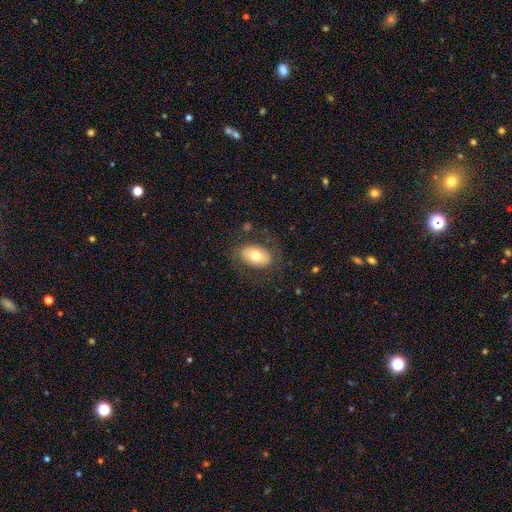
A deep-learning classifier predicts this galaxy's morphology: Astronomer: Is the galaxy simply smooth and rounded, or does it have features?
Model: smooth — 69%.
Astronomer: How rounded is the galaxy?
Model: in between — 87%.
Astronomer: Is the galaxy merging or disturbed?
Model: none — 78%.